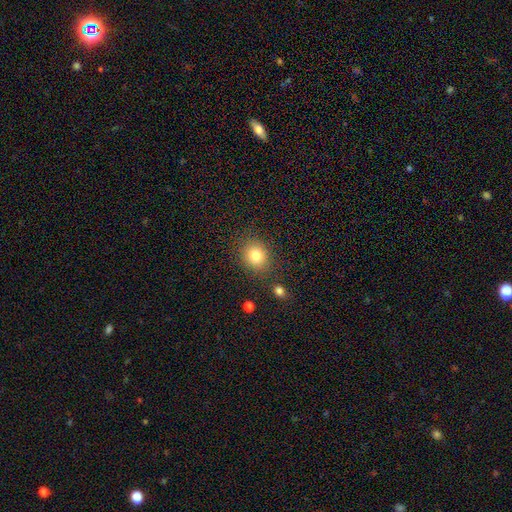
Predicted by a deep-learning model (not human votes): The model was most divided on "how rounded": round: 73%, in between: 27%, cigar-shaped: 1%. More confident: merging — none (84%); smooth or featured — smooth (80%).